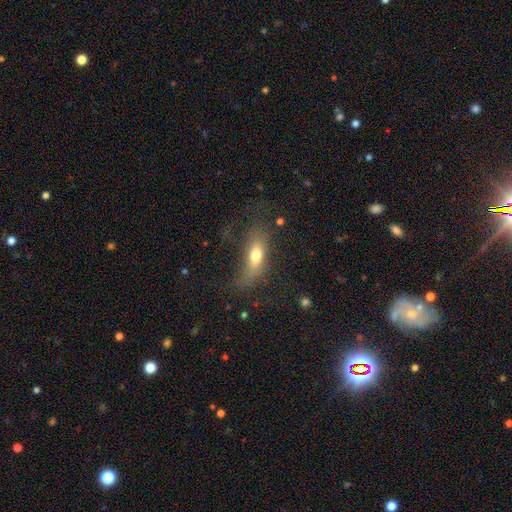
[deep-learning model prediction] A smooth galaxy with no disk features (64%) that is in between round and cigar-shaped (68%). Merging: none (46%).